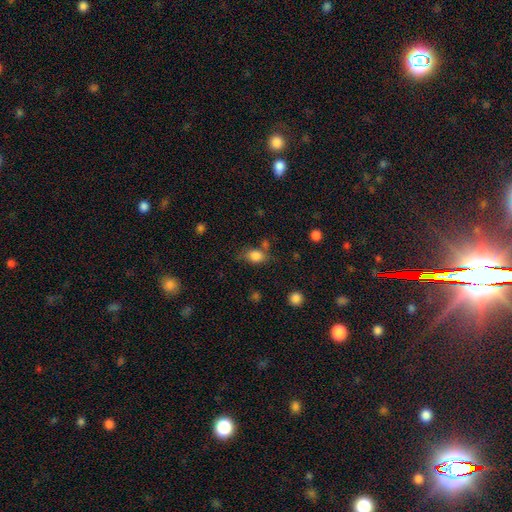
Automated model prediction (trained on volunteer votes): This is clearly a smooth galaxy (82%). How rounded: likely in between (69%). Merging: likely none (61%).